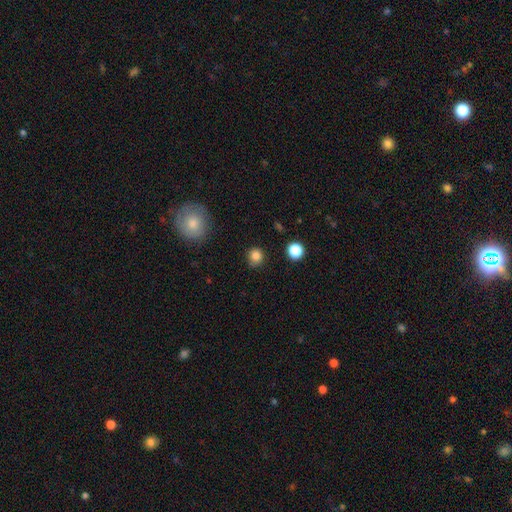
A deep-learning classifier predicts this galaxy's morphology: The model was most divided on "merging": none: 83%, minor disturbance: 12%, major disturbance: 3%, merger: 2%. More confident: how rounded — round (88%); smooth or featured — smooth (83%).